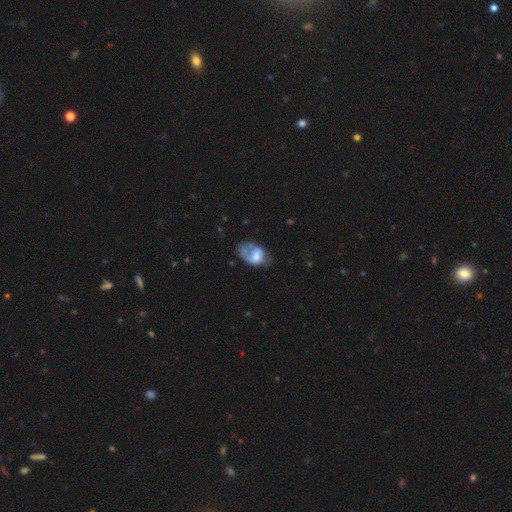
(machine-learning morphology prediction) smooth-or-featured: smooth: 50% | featured or disk: 41% | star or artifact: 9%
  how-rounded: in between: 82% | round: 17% | cigar-shaped: 1%
  merging: major disturbance: 39% | none: 30% | minor disturbance: 26% | merger: 6%